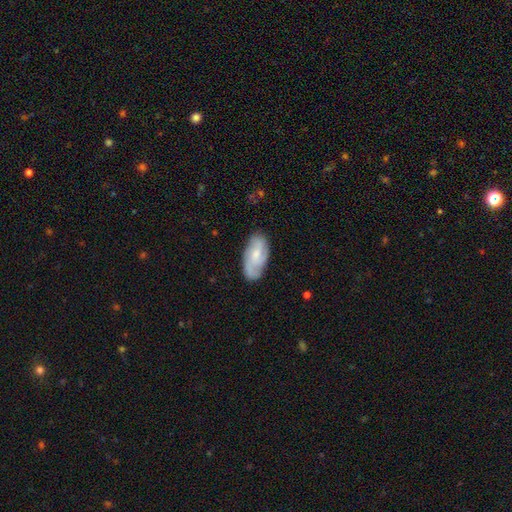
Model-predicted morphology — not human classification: This is possibly a featured or disk galaxy (54%). It is clearly not viewed edge-on (94%). Bar: likely no (60%). Spiral arm pattern: clearly yes (87%). Central bulge: marginally moderate (44%). Merging: likely none (72%).